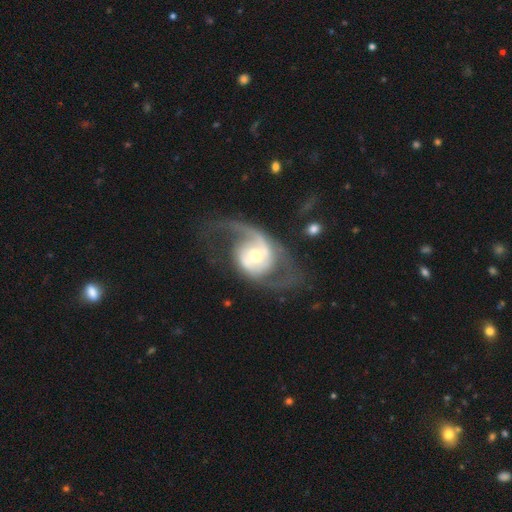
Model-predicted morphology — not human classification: Smooth or featured? Predicted: featured or disk (p=0.83). Edge-on disk? Predicted: no (p=0.96). Bar? Predicted: no (p=0.52). Spiral arms? Predicted: yes (p=0.89). Spiral winding? Predicted: loose (p=0.45). Spiral arm count? Predicted: 2 (p=0.77). Bulge size? Predicted: moderate (p=0.63). Merging? Predicted: none (p=0.49).